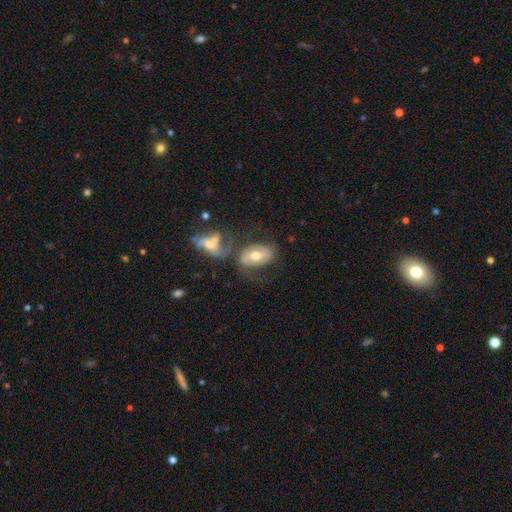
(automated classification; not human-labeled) Q: Smooth or featured?
A: featured or disk (51%); runner-up: smooth (42%)
Q: Edge-on disk?
A: no (91%); runner-up: yes (9%)
Q: Merging?
A: none (38%); runner-up: merger (28%)